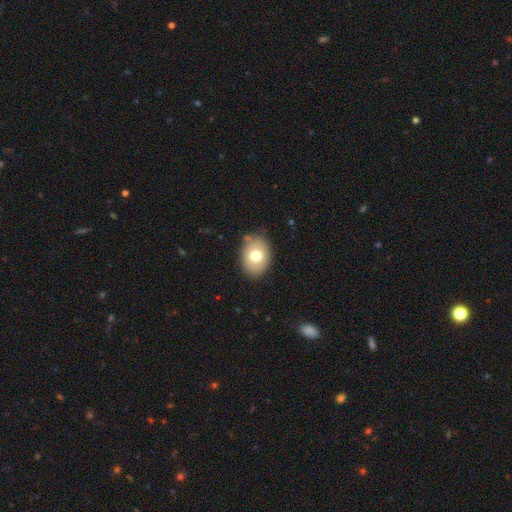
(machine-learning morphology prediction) Q: Smooth or featured?
A: smooth (73%); runner-up: featured or disk (18%)
Q: How rounded?
A: in between (71%); runner-up: round (28%)
Q: Merging?
A: none (81%); runner-up: minor disturbance (14%)